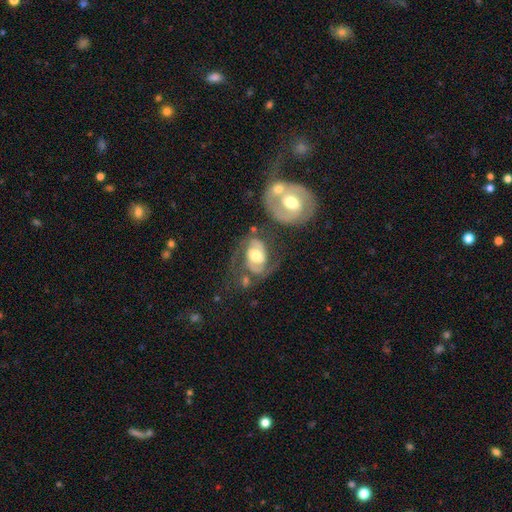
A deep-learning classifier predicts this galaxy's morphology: type=featured or disk (83%); edge-on=no (97%); bar=no (44%); spiral arms=yes (93%); winding=medium (49%); arm count=2 (86%); bulge=moderate (69%); merging=none (47%).